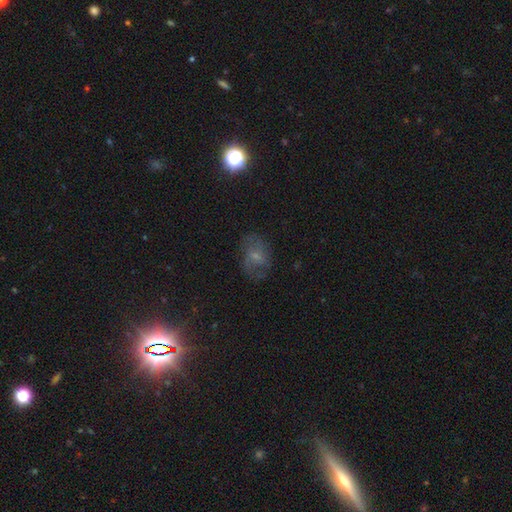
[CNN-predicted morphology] A featured or disk galaxy (46%). Merging: none (60%).